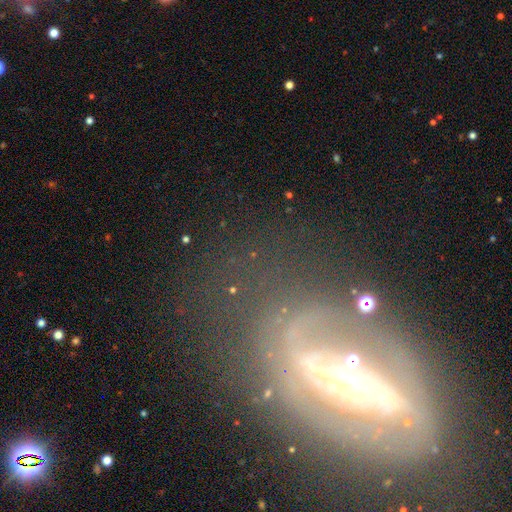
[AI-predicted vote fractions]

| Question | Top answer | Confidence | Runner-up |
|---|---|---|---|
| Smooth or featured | featured or disk | 81% | smooth (10%) |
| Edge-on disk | no | 88% | yes (12%) |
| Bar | strong | 57% | weak (24%) |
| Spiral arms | yes | 77% | no (23%) |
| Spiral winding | medium | 37% | tied: tight (37%) |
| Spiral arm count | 2 | 65% | can't tell (19%) |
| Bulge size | small | 58% | moderate (32%) |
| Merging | none | 59% | major disturbance (19%) |